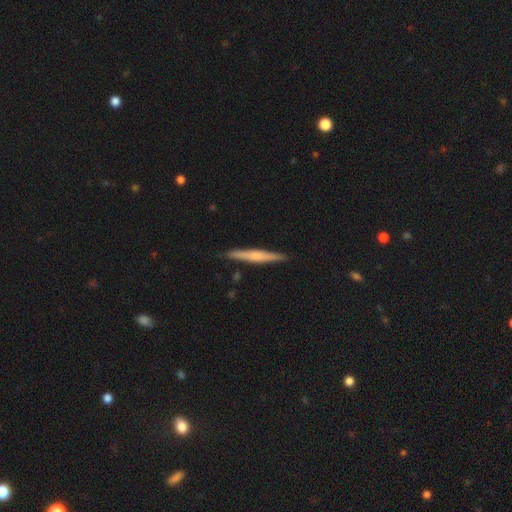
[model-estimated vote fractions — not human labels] Smooth or featured: featured or disk — 53% (smooth — 41%)
Edge-on disk: yes — 97% (no — 3%)
Edge-on bulge: rounded — 59% (none — 28%)
Merging: none — 90% (minor disturbance — 8%)